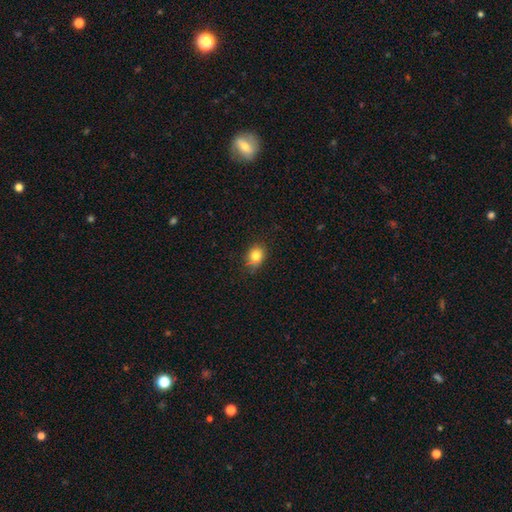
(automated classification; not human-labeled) Overall: smooth (82%). How rounded: in between (50%; round 49%). Merging: none (80%).